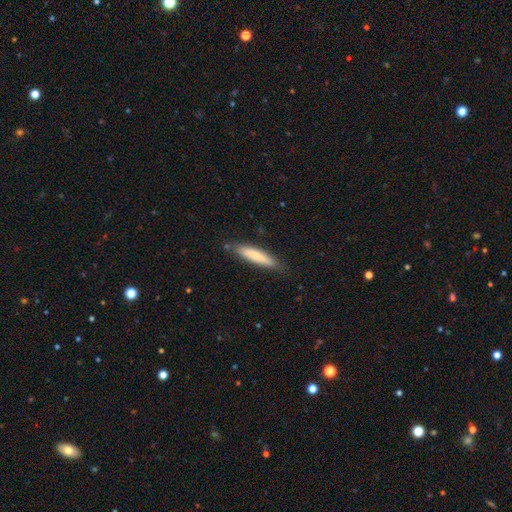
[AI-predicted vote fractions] smooth-or-featured: smooth: 76% | featured or disk: 18% | star or artifact: 6%
  how-rounded: cigar-shaped: 84% | in between: 14% | round: 1%
  merging: none: 82% | minor disturbance: 14% | major disturbance: 2% | merger: 2%